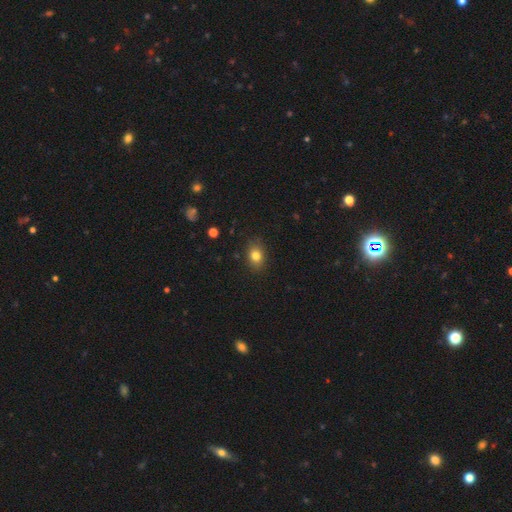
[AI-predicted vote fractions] A smooth galaxy with no disk features (81%) that is in between round and cigar-shaped (62%). Merging: none (86%).